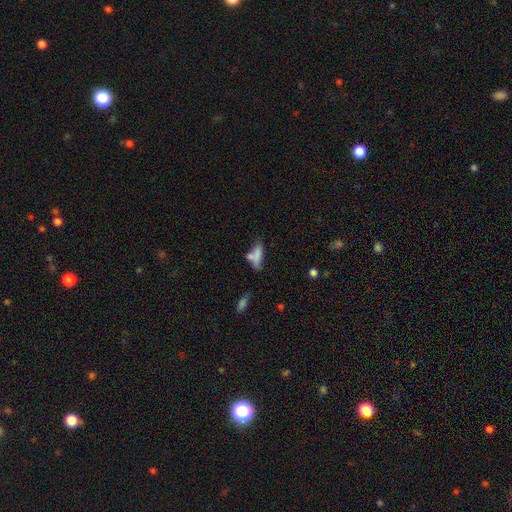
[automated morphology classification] Overall: smooth (70%). How rounded: in between (63%; cigar-shaped 33%). Merging: none (34%; merger 31%).